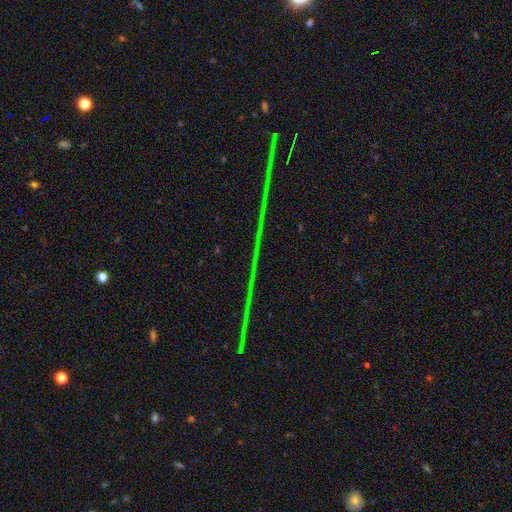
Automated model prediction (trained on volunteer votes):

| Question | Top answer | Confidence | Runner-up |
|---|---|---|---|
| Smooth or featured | star or artifact | 85% | featured or disk (10%) |